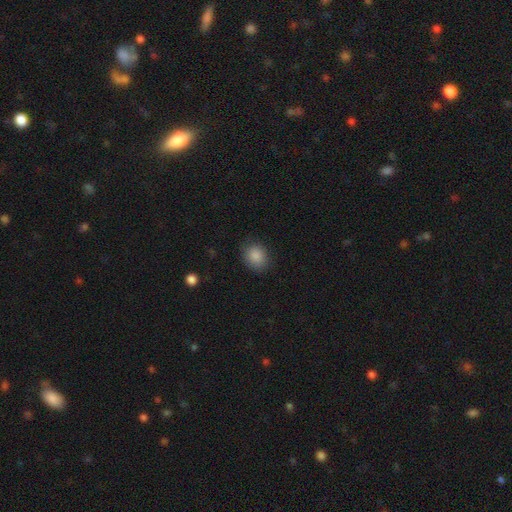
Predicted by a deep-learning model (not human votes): Smooth or featured? Predicted: smooth (p=0.87). How rounded? Predicted: round (p=0.60). Merging? Predicted: none (p=0.81).